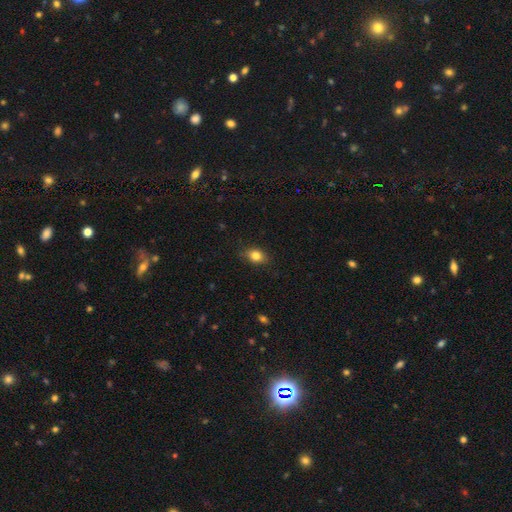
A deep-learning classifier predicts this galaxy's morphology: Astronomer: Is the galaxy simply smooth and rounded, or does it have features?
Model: smooth — 82%.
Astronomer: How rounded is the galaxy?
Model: in between — 69%.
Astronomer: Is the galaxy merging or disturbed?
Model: none — 81%.